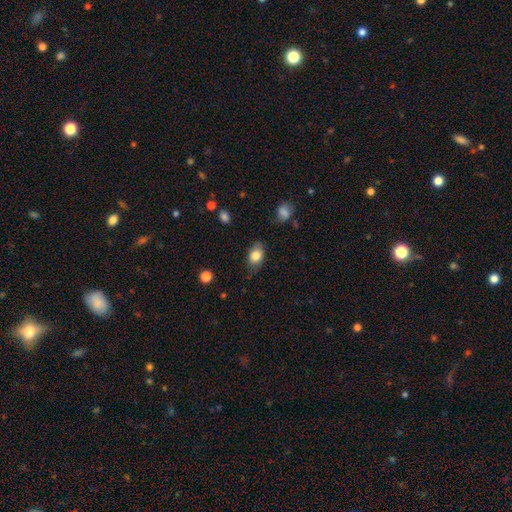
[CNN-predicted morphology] smooth_or_featured: smooth (p=0.81) [alt: featured or disk p=0.11]
how_rounded: in between (p=0.84) [alt: round p=0.14]
merging: none (p=0.76) [alt: minor disturbance p=0.19]